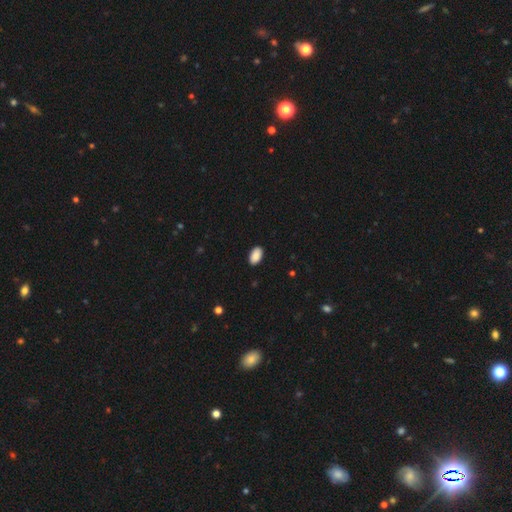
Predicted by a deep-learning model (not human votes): smooth_or_featured: smooth (p=0.90) [alt: star or artifact p=0.07]
how_rounded: in between (p=0.95) [alt: round p=0.04]
merging: none (p=0.89) [alt: minor disturbance p=0.08]